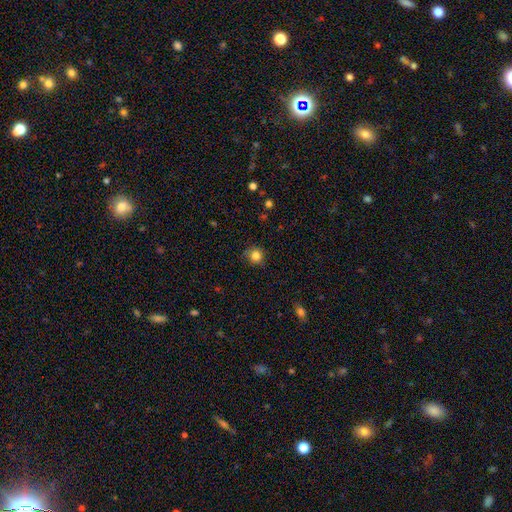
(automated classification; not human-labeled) Smooth or featured? Predicted: smooth (p=0.83). How rounded? Predicted: round (p=0.92). Merging? Predicted: none (p=0.86).